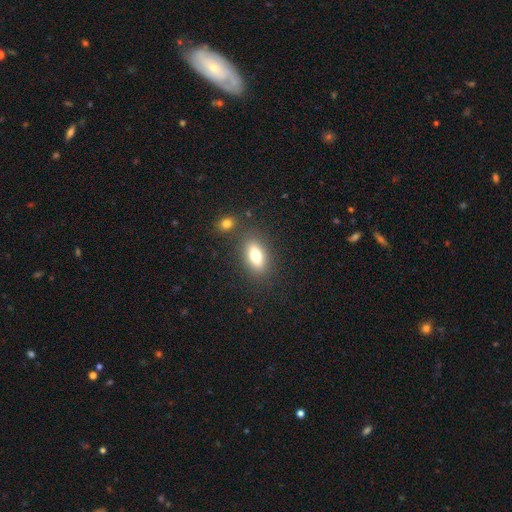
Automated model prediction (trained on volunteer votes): Q: Smooth or featured?
A: smooth (72%); runner-up: featured or disk (19%)
Q: How rounded?
A: in between (81%); runner-up: cigar-shaped (12%)
Q: Merging?
A: none (80%); runner-up: minor disturbance (10%)